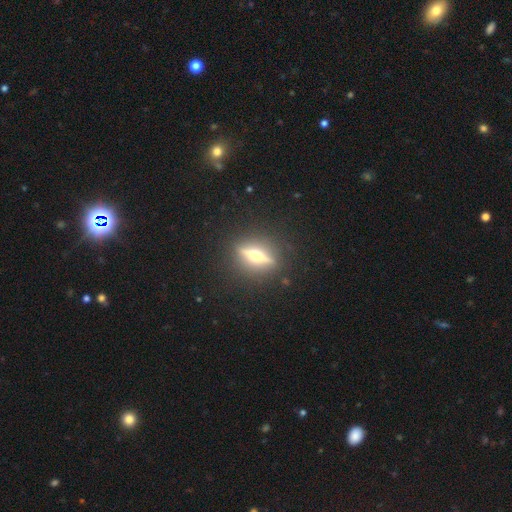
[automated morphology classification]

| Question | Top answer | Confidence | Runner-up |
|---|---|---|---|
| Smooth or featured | featured or disk | 75% | smooth (17%) |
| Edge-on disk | yes | 91% | no (9%) |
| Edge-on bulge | rounded | 93% | boxy (4%) |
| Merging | none | 87% | minor disturbance (8%) |